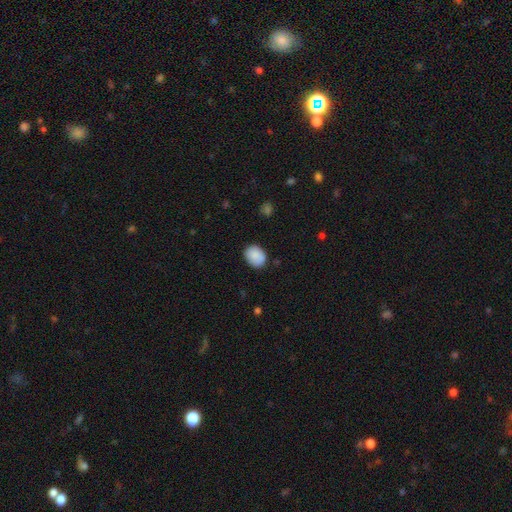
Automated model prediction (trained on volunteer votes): The model was most divided on "how rounded": in between: 57%, round: 42%, cigar-shaped: 1%. More confident: smooth or featured — smooth (88%); merging — none (81%).